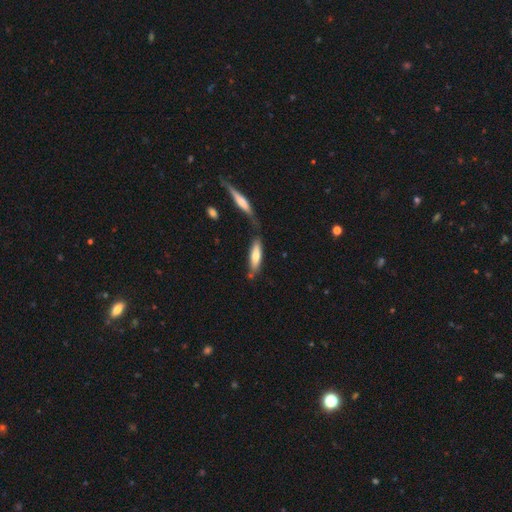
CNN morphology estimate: The model was most divided on "how rounded": cigar-shaped: 65%, in between: 34%, round: 1%. More confident: smooth or featured — smooth (66%); merging — none (62%).